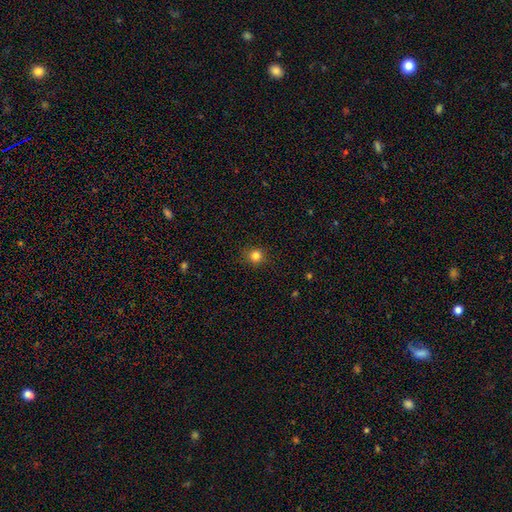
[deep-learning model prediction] A smooth galaxy with no disk features (82%) that is round (91%).

Vote fractions:
- Smooth or featured? smooth: 82% / star or artifact: 14% / featured or disk: 4%
- How rounded? round: 91% / in between: 8% / cigar-shaped: 1%
- Merging? none: 89% / minor disturbance: 7% / major disturbance: 2% / merger: 1%